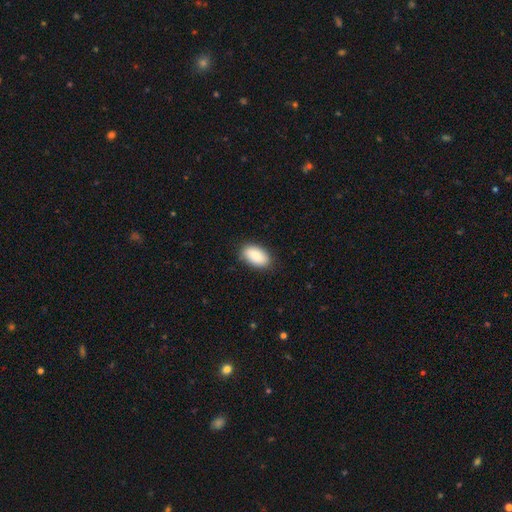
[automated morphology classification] type=smooth (90%); roundness=in between (95%); merging=none (85%).